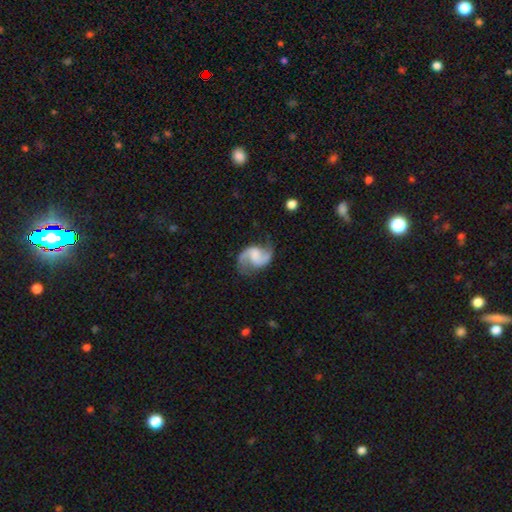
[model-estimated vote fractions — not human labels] Smooth or featured?
  - featured or disk: 87% *
  - smooth: 8%
  - star or artifact: 5%
Edge-on disk?
  - no: 98% *
  - yes: 2%
Bar?
  - weak: 43% * (tied)
  - no: 43% * (tied)
  - strong: 14%
Spiral arms?
  - yes: 97% *
  - no: 3%
Spiral winding?
  - loose: 50% *
  - medium: 42%
  - tight: 8%
Spiral arm count?
  - 2: 93% *
  - 1: 2%
  - can't tell: 2%
  - 3: 1%
  - 4: 1%
  - more than 4: 1%
Bulge size?
  - none: 48% *
  - small: 21%
  - moderate: 19%
  - large: 10%
  - dominant: 2%
Merging?
  - none: 74% *
  - minor disturbance: 16%
  - major disturbance: 8%
  - merger: 2%